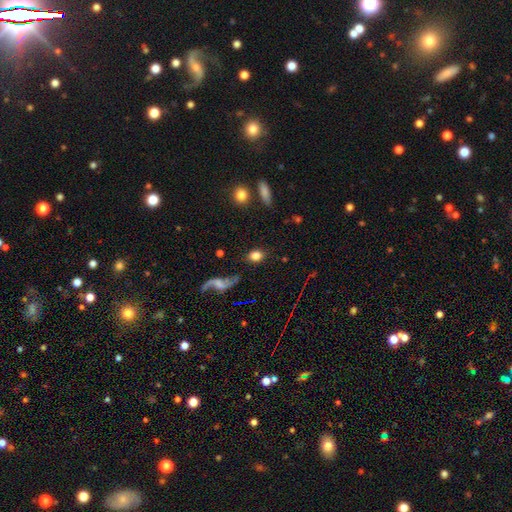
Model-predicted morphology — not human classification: Q: Smooth or featured?
A: smooth (75%); runner-up: featured or disk (16%)
Q: How rounded?
A: in between (58%); runner-up: round (39%)
Q: Merging?
A: none (77%); runner-up: minor disturbance (13%)